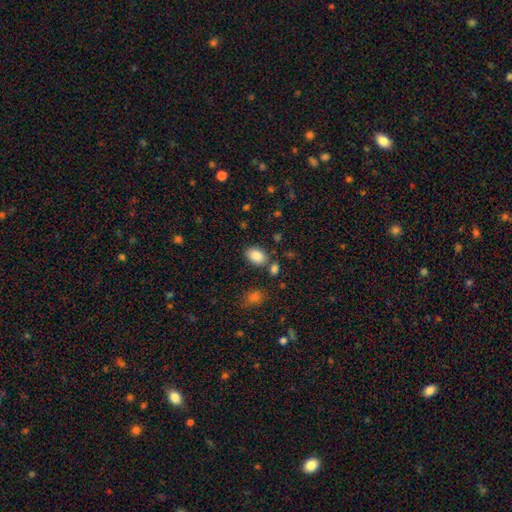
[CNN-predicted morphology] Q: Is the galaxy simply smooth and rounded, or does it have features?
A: smooth — 87%.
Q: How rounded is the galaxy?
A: in between — 80%.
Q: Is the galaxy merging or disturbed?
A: none — 77%.